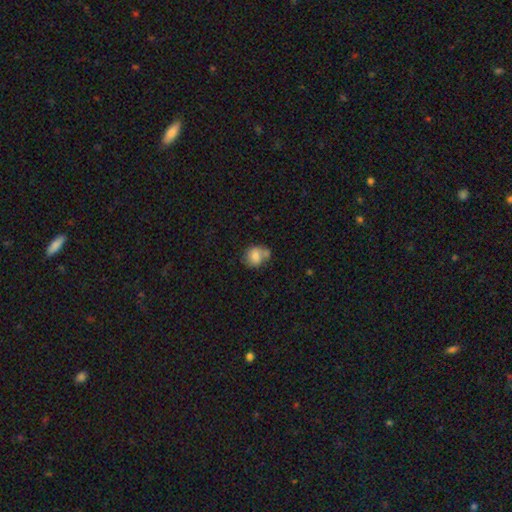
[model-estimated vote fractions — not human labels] The model was most divided on "merging": none: 46%, minor disturbance: 23%, merger: 23%, major disturbance: 8%. More confident: smooth or featured — smooth (74%); how rounded — round (64%).